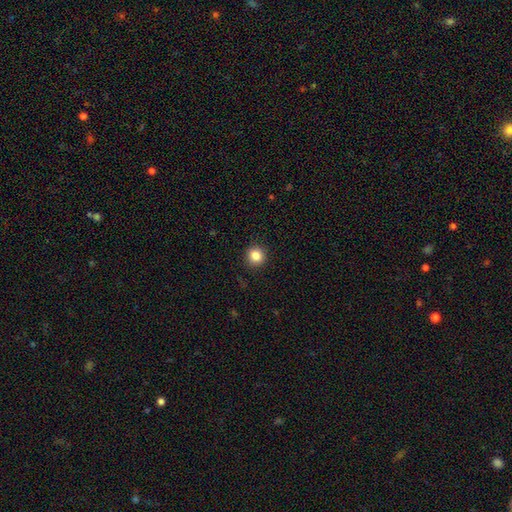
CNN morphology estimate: Overall: smooth (85%). How rounded: round (93%). Merging: none (92%).